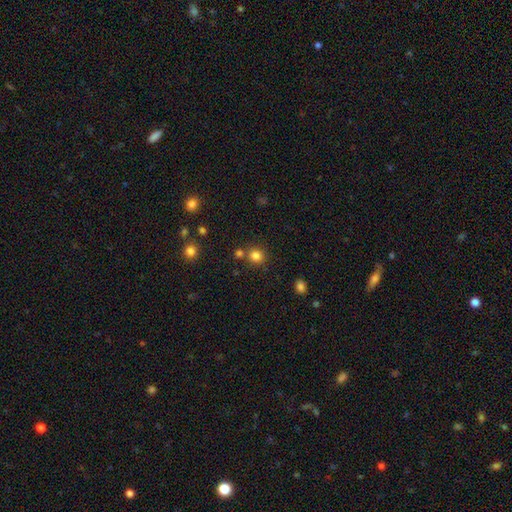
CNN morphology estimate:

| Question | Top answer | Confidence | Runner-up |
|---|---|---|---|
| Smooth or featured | smooth | 81% | star or artifact (14%) |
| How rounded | round | 90% | in between (9%) |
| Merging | none | 76% | merger (14%) |